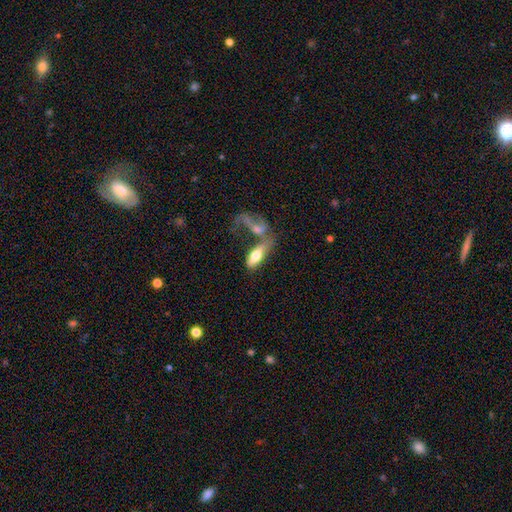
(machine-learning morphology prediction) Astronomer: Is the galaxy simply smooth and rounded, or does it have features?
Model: smooth — 59%.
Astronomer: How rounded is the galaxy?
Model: in between — 68%.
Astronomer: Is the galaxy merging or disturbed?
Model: merger — 52%.